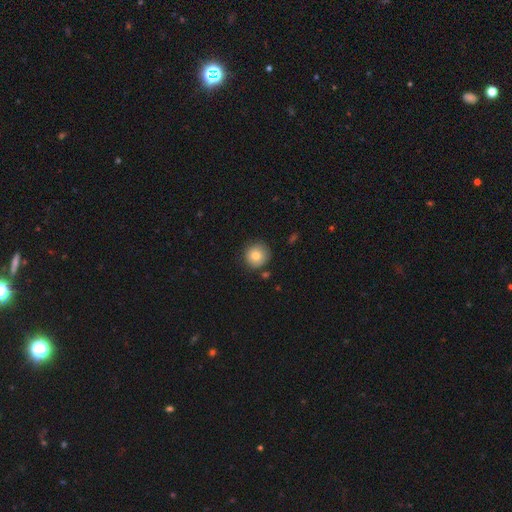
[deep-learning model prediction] Morphology: type=smooth (79%); roundness=round (94%); merging=none (84%).